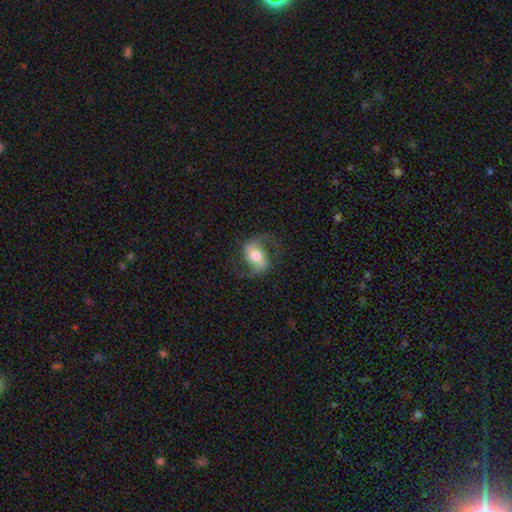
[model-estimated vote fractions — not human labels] A featured or disk galaxy (76%) with a weak bar (38%), 2 (92%) loose (51%) spiral arms (93%) and a moderate central bulge (67%).

Vote fractions:
- Smooth or featured? featured or disk: 76% / smooth: 17% / star or artifact: 7%
- Edge-on disk? no: 96% / yes: 4%
- Bar? weak: 38% / no: 32% / strong: 30%
- Spiral arms? yes: 93% / no: 7%
- Spiral winding? loose: 51% / medium: 40% / tight: 9%
- Spiral arm count? 2: 92% / can't tell: 3% / 1: 2% / 3: 1% / 4: 1% / more than 4: 1%
- Bulge size? moderate: 67% / large: 15% / small: 14% / dominant: 2% / none: 1%
- Merging? none: 73% / minor disturbance: 15% / major disturbance: 11% / merger: 1%